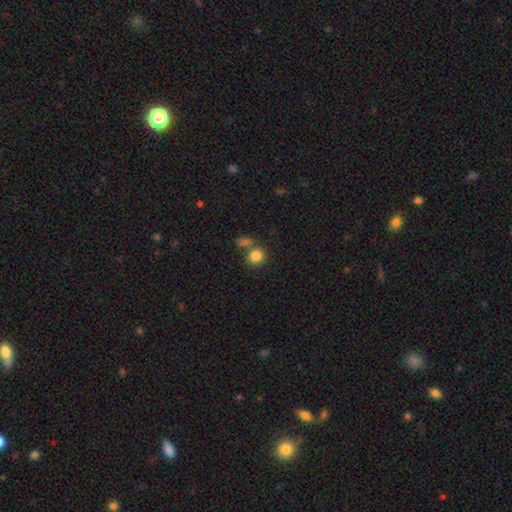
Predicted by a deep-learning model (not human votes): Smooth or featured: smooth — 84% (star or artifact — 10%)
How rounded: round — 86% (in between — 13%)
Merging: none — 60% (merger — 27%)